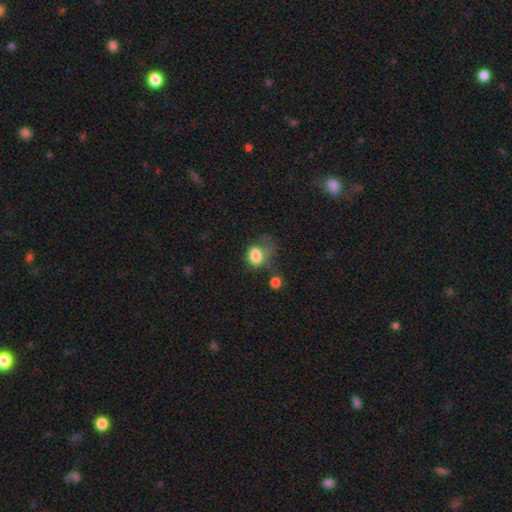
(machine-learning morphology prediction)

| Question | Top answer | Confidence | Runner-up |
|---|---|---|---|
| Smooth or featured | smooth | 75% | featured or disk (15%) |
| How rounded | in between | 73% | round (26%) |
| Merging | major disturbance | 41% | minor disturbance (23%) |